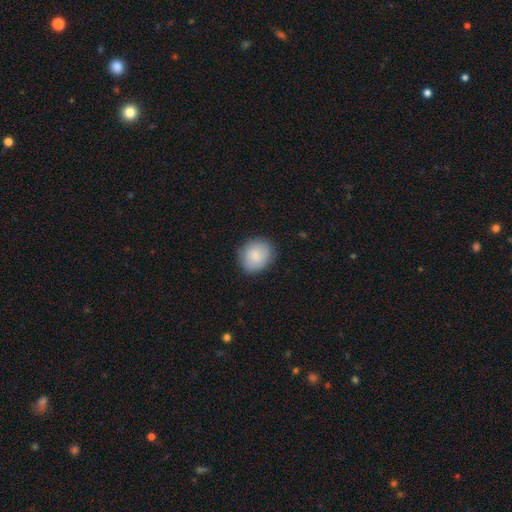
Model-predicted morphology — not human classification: The model was most divided on "how rounded": round: 71%, in between: 28%, cigar-shaped: 1%. More confident: smooth or featured — smooth (83%); merging — none (83%).